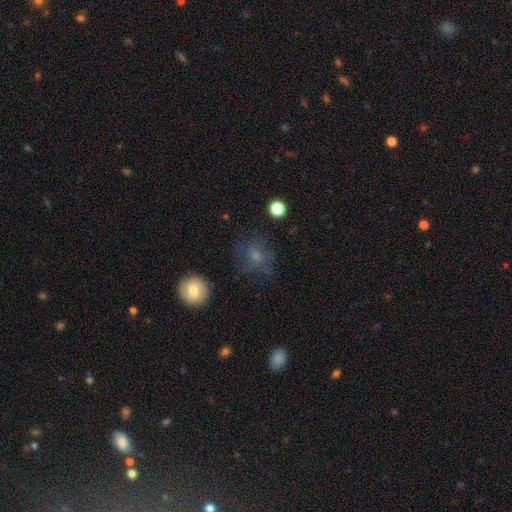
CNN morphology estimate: Q: Smooth or featured?
A: smooth (63%); runner-up: featured or disk (20%)
Q: How rounded?
A: round (69%); runner-up: in between (29%)
Q: Merging?
A: none (63%); runner-up: minor disturbance (19%)